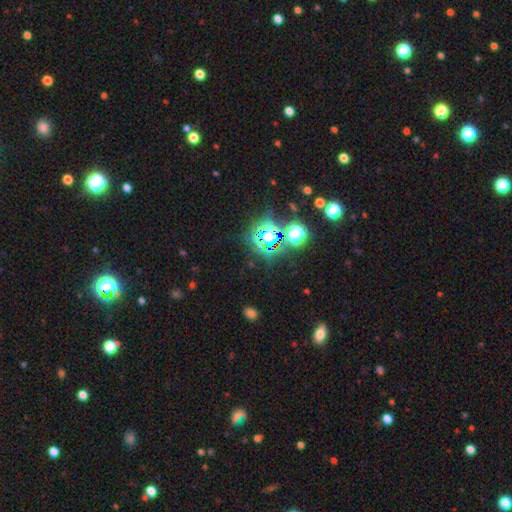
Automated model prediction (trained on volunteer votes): A star or artifact, not a galaxy (79%).

Vote fractions:
- Smooth or featured? star or artifact: 79% / smooth: 14% / featured or disk: 7%